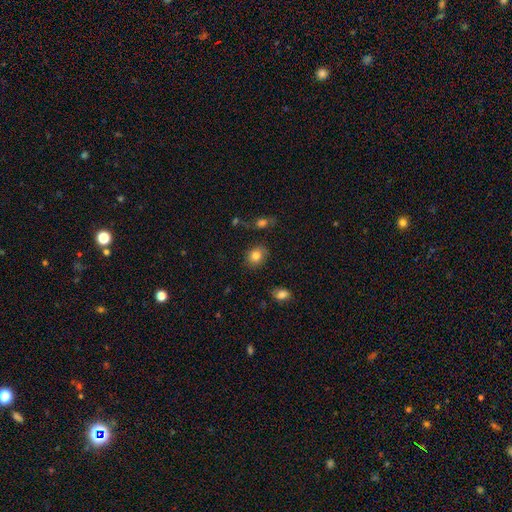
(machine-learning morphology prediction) type=smooth (82%); roundness=round (58%); merging=none (81%).